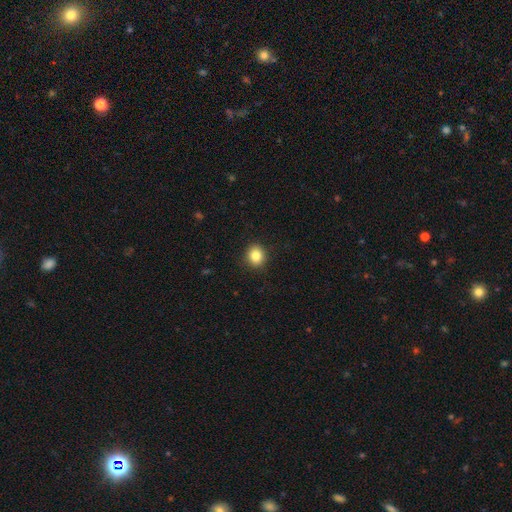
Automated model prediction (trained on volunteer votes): Morphology: type=smooth (84%); roundness=round (77%); merging=none (91%).